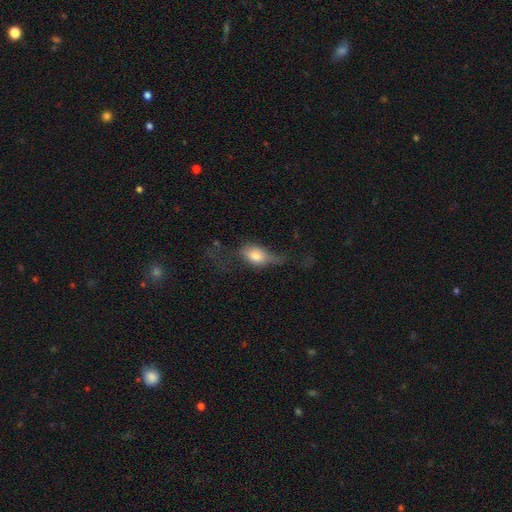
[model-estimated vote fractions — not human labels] Smooth or featured: smooth — 62% (featured or disk — 29%)
How rounded: in between — 80% (round — 12%)
Merging: major disturbance — 45% (minor disturbance — 26%)